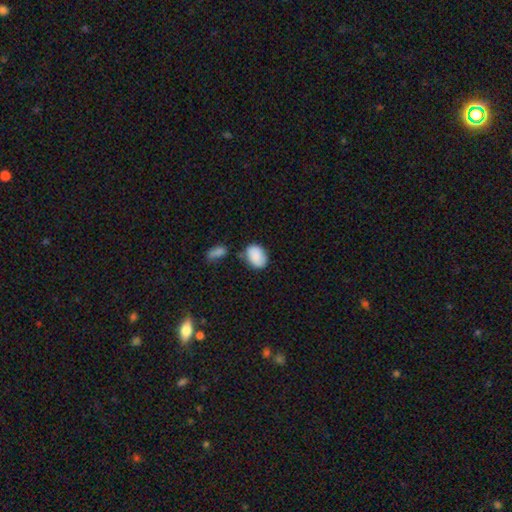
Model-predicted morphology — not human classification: Smooth or featured? Predicted: smooth (p=0.84). How rounded? Predicted: in between (p=0.81). Merging? Predicted: none (p=0.61).